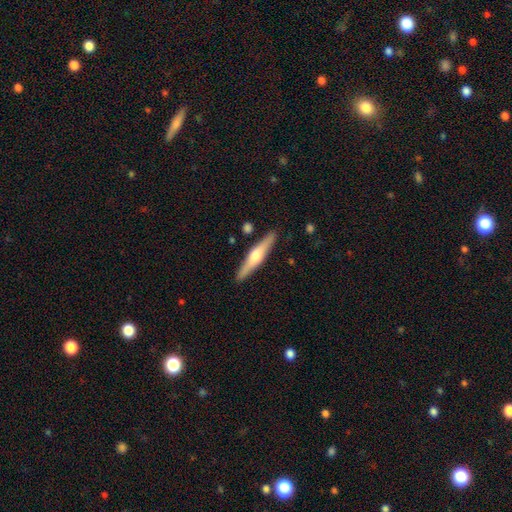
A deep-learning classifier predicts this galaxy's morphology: Smooth or featured? featured or disk (61%)
Edge-on disk? yes (96%)
Edge-on bulge? rounded (90%)
Merging? none (89%)